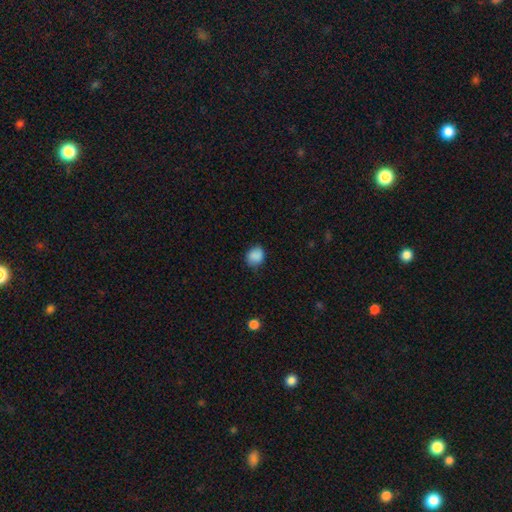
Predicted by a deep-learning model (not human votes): Q: Smooth or featured?
A: smooth (87%); runner-up: star or artifact (9%)
Q: How rounded?
A: round (65%); runner-up: in between (34%)
Q: Merging?
A: none (79%); runner-up: minor disturbance (17%)